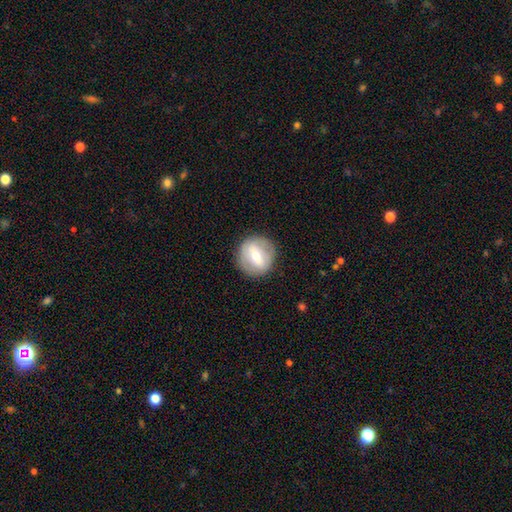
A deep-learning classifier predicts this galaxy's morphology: smooth-or-featured: featured or disk: 51% | smooth: 41% | star or artifact: 7%
  disk-edge-on: no: 88% | yes: 12%
  merging: none: 86% | minor disturbance: 10% | major disturbance: 4% | merger: 1%